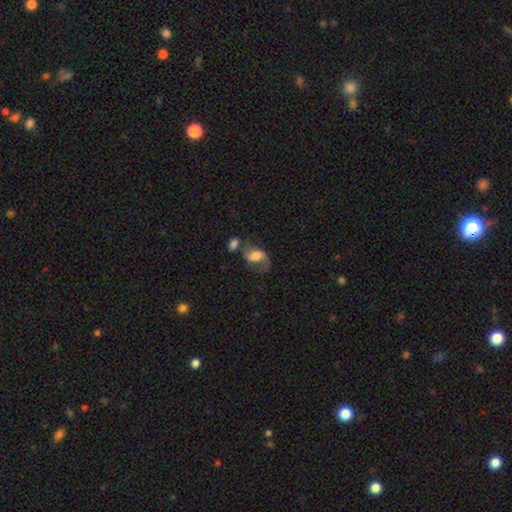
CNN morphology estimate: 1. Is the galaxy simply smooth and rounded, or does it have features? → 55% featured or disk, 36% smooth, 9% star or artifact.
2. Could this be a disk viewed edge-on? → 96% no, 4% yes.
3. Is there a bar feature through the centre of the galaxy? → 41% weak (tied), 41% no (tied), 18% strong.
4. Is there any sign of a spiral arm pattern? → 85% yes, 15% no.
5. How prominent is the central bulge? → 36% moderate, 32% large, 16% small, 10% none, 5% dominant.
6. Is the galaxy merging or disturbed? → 39% none, 21% merger, 21% major disturbance, 19% minor disturbance.